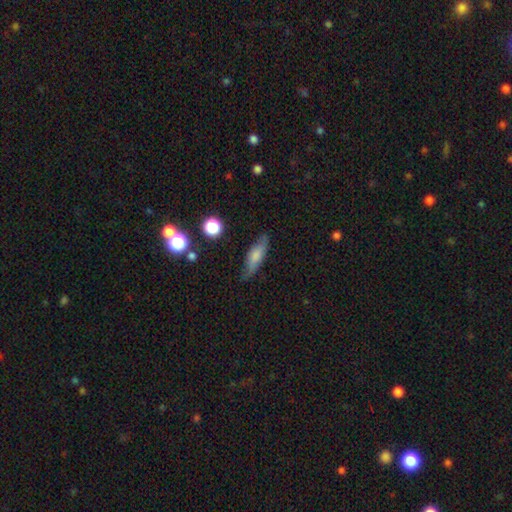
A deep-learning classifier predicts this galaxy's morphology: smooth-or-featured: smooth: 67% | featured or disk: 25% | star or artifact: 8%
  how-rounded: cigar-shaped: 49% | in between: 48% | round: 3%
  merging: none: 75% | minor disturbance: 19% | major disturbance: 4% | merger: 2%